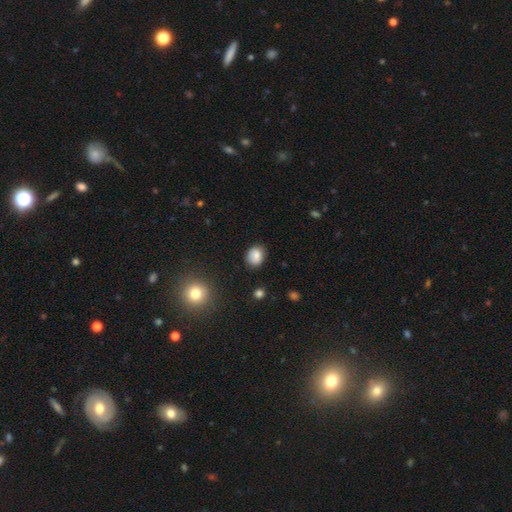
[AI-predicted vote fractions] Smooth or featured? smooth (83%)
How rounded? round (57%)
Merging? none (81%)